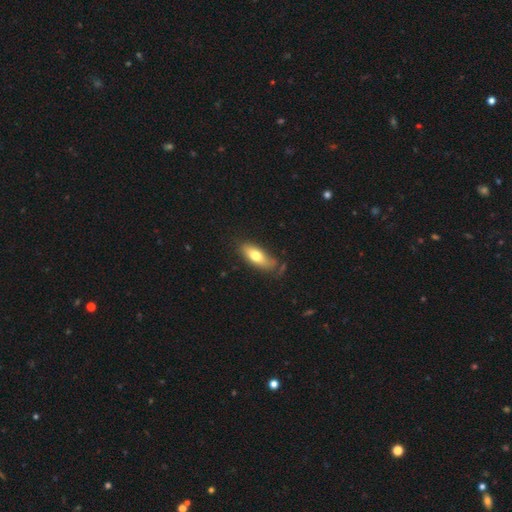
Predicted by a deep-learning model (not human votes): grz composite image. It shows a smooth galaxy with no disk features (68%) that is in between round and cigar-shaped (74%). Merging: none (65%).